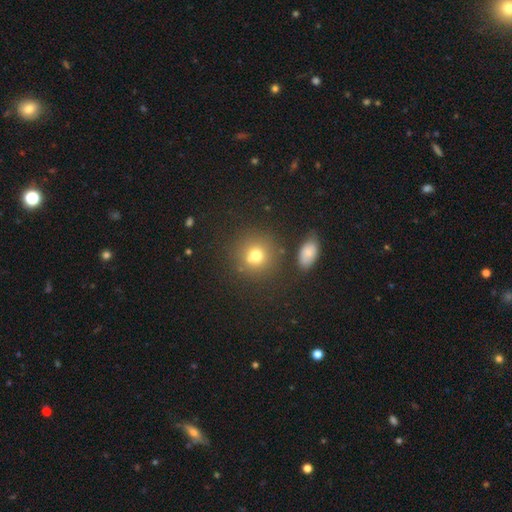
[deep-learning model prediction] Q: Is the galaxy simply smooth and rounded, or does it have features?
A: smooth — 72%.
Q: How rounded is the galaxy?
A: round — 86%.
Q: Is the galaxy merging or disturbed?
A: none — 73%.